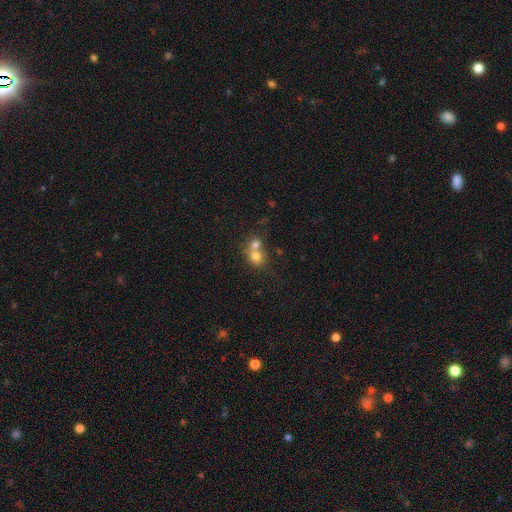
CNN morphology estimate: This is likely a smooth galaxy (74%). How rounded: likely round (74%). Merging: likely merger (65%).